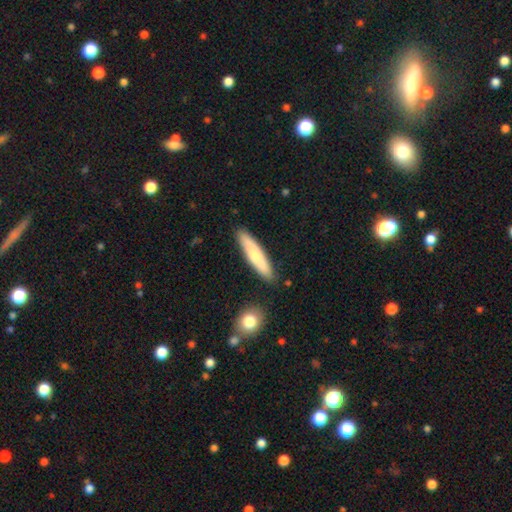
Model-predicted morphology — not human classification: smooth-or-featured: smooth: 66% | featured or disk: 28% | star or artifact: 5%
  how-rounded: cigar-shaped: 85% | in between: 14% | round: 1%
  merging: none: 87% | minor disturbance: 8% | merger: 2% | major disturbance: 2%